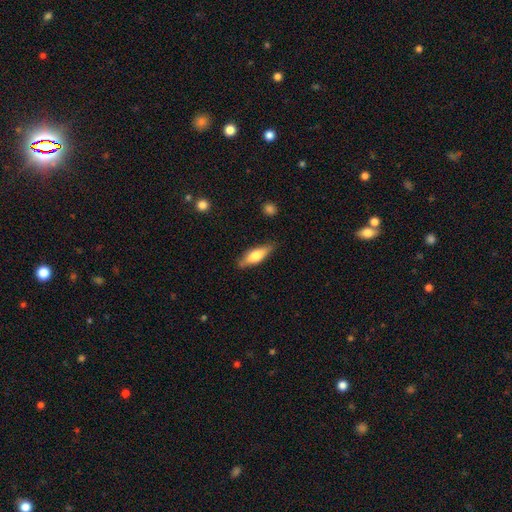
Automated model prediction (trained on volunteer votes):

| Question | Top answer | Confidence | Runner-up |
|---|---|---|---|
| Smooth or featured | smooth | 62% | featured or disk (32%) |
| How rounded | in between | 54% | cigar-shaped (43%) |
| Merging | none | 77% | minor disturbance (17%) |